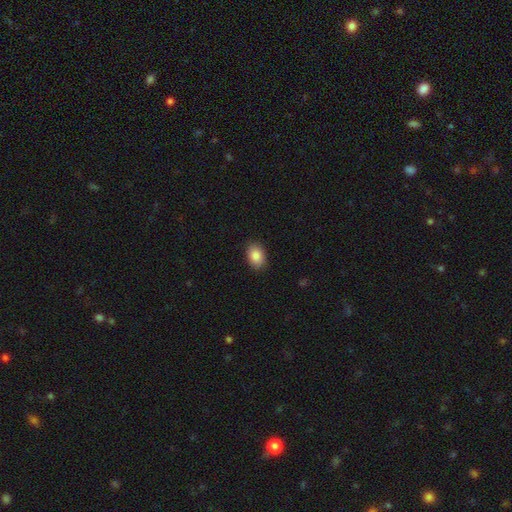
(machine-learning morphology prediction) This appears to be a smooth galaxy with no disk features (87%) that is in between round and cigar-shaped (82%). Merging: none (88%).